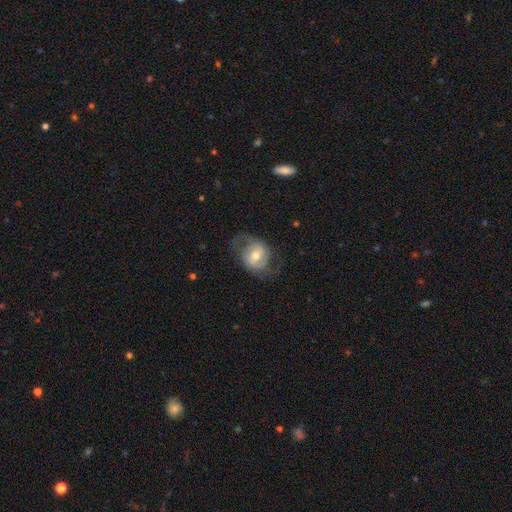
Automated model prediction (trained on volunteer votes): Smooth or featured: featured or disk — 70% (smooth — 23%)
Edge-on disk: no — 97% (yes — 3%)
Bar: no — 46% (weak — 40%)
Spiral arms: yes — 85% (no — 15%)
Spiral winding: medium — 47% (loose — 32%)
Spiral arm count: 2 — 83% (can't tell — 9%)
Bulge size: moderate — 66% (small — 26%)
Merging: none — 63% (minor disturbance — 19%)